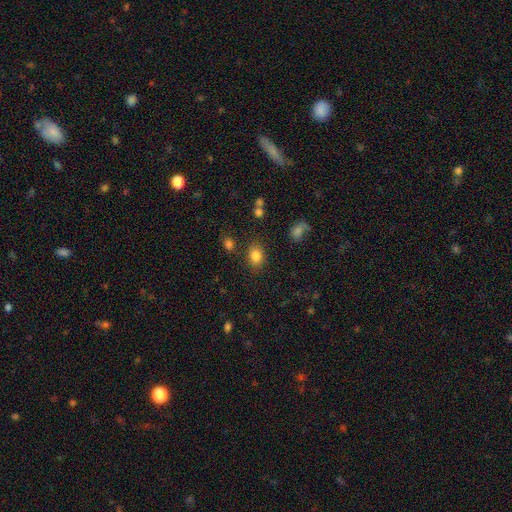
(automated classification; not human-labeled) Smooth or featured? smooth (83%)
How rounded? in between (68%)
Merging? none (79%)